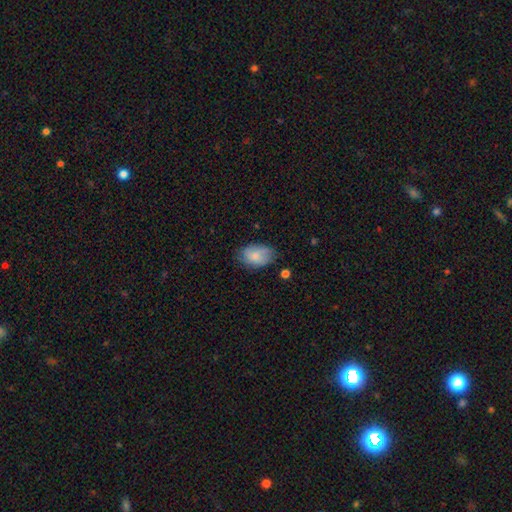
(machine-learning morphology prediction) A smooth galaxy with no disk features (80%) that is in between round and cigar-shaped (88%).

Vote fractions:
- Smooth or featured? smooth: 80% / featured or disk: 13% / star or artifact: 7%
- How rounded? in between: 88% / round: 11% / cigar-shaped: 1%
- Merging? none: 66% / minor disturbance: 26% / major disturbance: 6% / merger: 2%